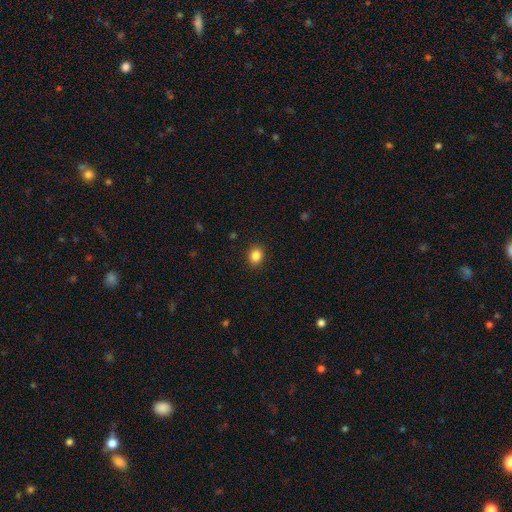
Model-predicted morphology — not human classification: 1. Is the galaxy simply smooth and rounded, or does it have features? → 85% smooth, 10% star or artifact, 5% featured or disk.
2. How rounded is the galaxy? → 64% round, 35% in between, 1% cigar-shaped.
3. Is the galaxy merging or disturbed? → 90% none, 7% minor disturbance, 2% major disturbance, 1% merger.